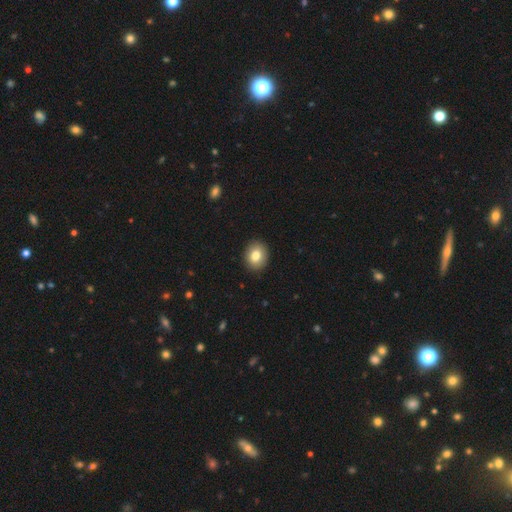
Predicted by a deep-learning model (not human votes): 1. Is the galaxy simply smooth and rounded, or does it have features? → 82% smooth, 9% featured or disk, 9% star or artifact.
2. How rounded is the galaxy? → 54% round, 45% in between, 1% cigar-shaped.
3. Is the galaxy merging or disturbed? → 91% none, 7% minor disturbance, 2% major disturbance, 1% merger.